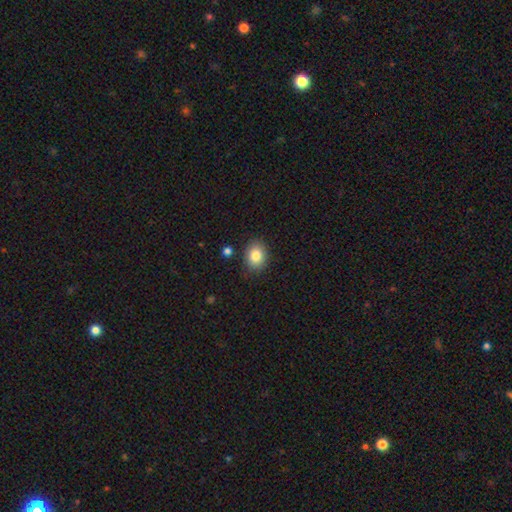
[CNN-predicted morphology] Smooth or featured? smooth (84%)
How rounded? in between (57%)
Merging? none (86%)